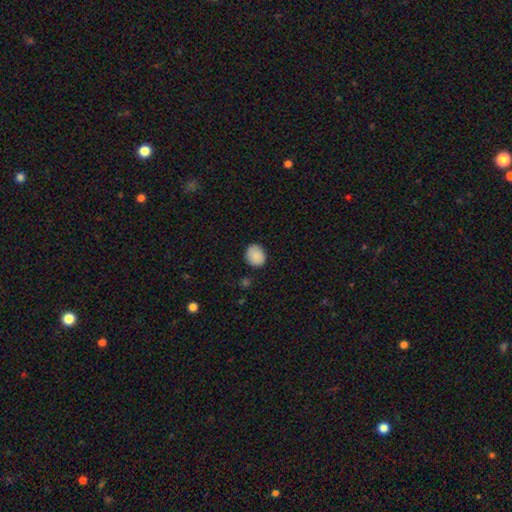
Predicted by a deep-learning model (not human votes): Overall: smooth (89%). How rounded: round (62%; in between 37%). Merging: none (84%).